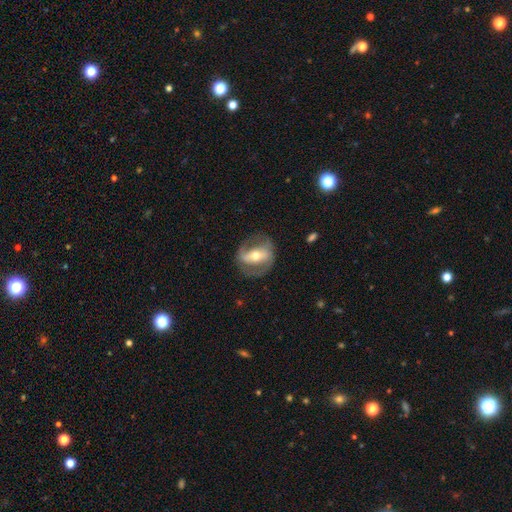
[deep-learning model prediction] Overall: featured or disk (76%). Edge-on disk: no (93%). Bar: strong (52%; weak 28%). Spiral arms: yes (75%). Spiral arm count: 2 (83%). Spiral winding: medium (46%; tight 30%). Bulge size: moderate (67%). Merging: none (74%).